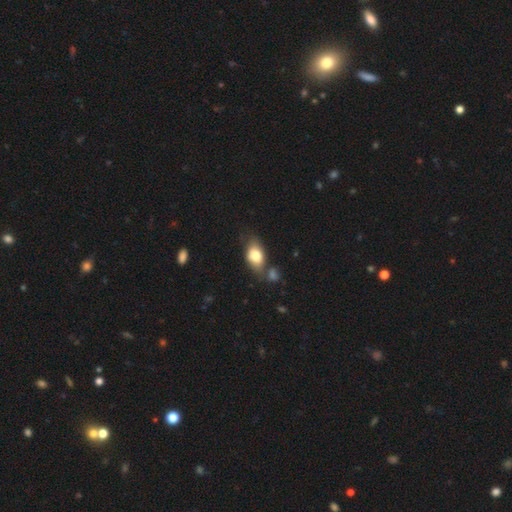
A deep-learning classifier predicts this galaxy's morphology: A smooth galaxy with no disk features (75%) that is in between round and cigar-shaped (85%). Merging: none (56%).